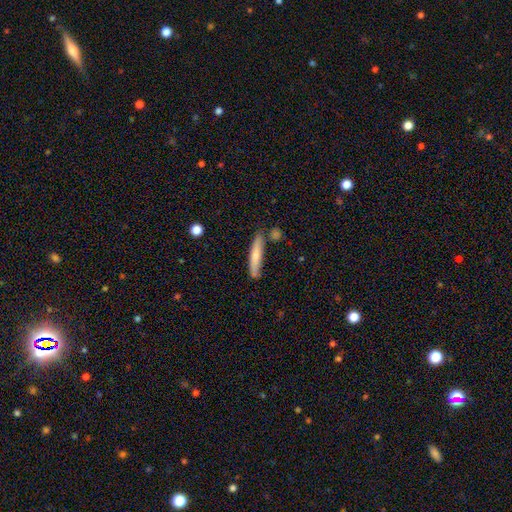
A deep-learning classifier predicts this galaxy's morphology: type=smooth (67%); roundness=cigar-shaped (89%); merging=none (75%).